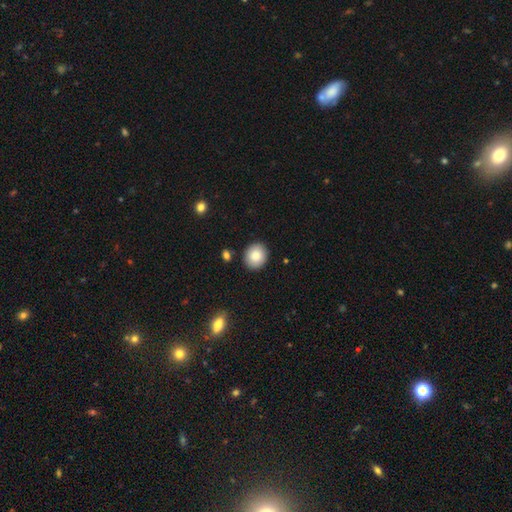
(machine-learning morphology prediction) Smooth or featured? smooth (86%)
How rounded? round (74%)
Merging? none (88%)